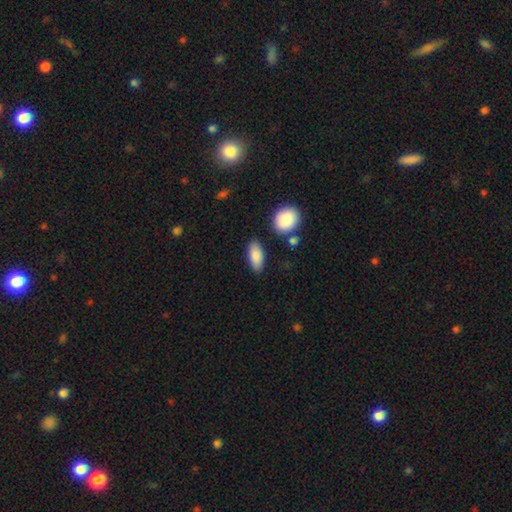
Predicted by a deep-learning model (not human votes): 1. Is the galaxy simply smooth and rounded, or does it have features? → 87% smooth, 7% featured or disk, 6% star or artifact.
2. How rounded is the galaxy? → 87% in between, 10% cigar-shaped, 3% round.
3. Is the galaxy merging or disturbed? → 81% none, 11% minor disturbance, 5% merger, 3% major disturbance.